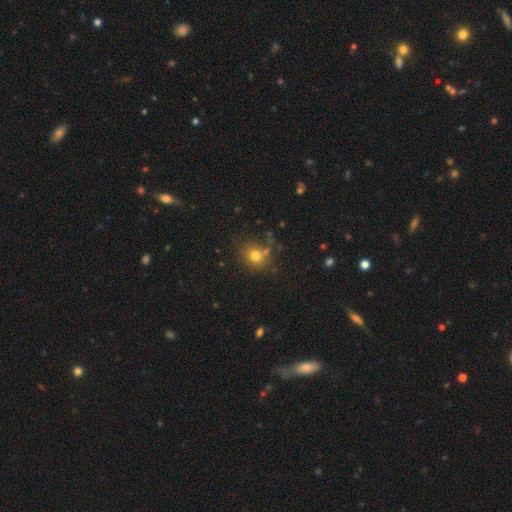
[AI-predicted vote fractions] A smooth galaxy with no disk features (76%) that is round (80%).

Vote fractions:
- Smooth or featured? smooth: 76% / star or artifact: 15% / featured or disk: 9%
- How rounded? round: 80% / in between: 19% / cigar-shaped: 1%
- Merging? none: 71% / minor disturbance: 15% / merger: 8% / major disturbance: 5%